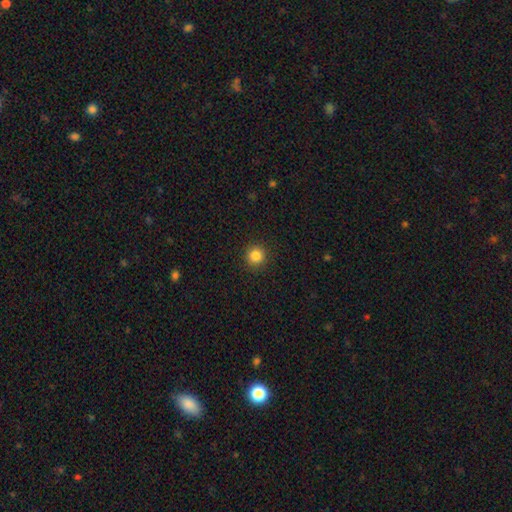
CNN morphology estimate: A smooth galaxy with no disk features (84%) that is round (94%).

Vote fractions:
- Smooth or featured? smooth: 84% / star or artifact: 11% / featured or disk: 4%
- How rounded? round: 94% / in between: 5% / cigar-shaped: 1%
- Merging? none: 92% / minor disturbance: 5% / major disturbance: 2% / merger: 1%